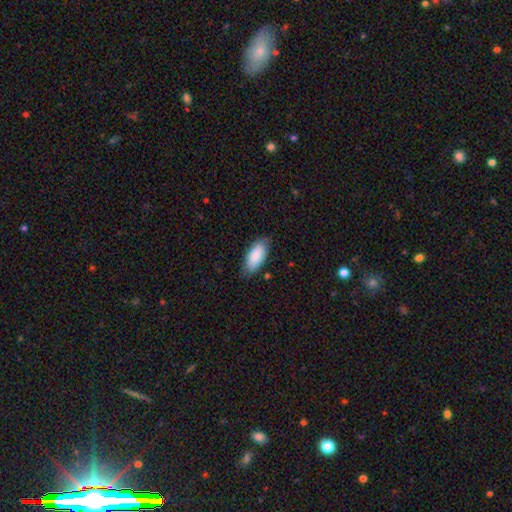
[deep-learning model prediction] Smooth or featured?
  - smooth: 86% *
  - featured or disk: 8%
  - star or artifact: 6%
How rounded?
  - in between: 90% *
  - cigar-shaped: 8%
  - round: 2%
Merging?
  - none: 77% *
  - minor disturbance: 18%
  - major disturbance: 3%
  - merger: 1%